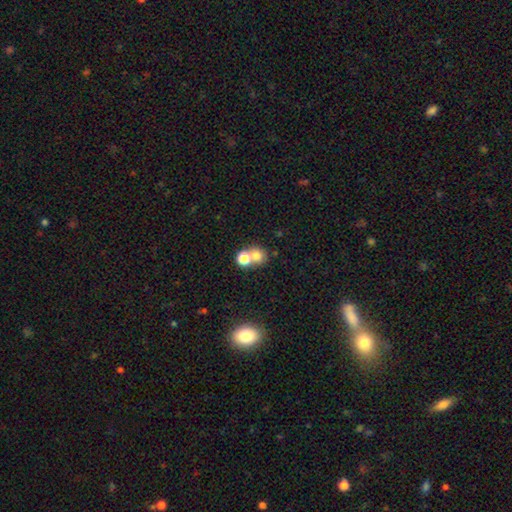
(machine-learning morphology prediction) This is likely a smooth galaxy (72%). How rounded: likely round (77%). Merging: possibly merger (48%).